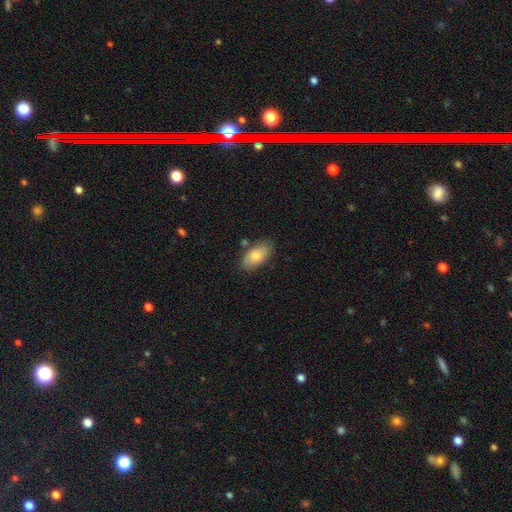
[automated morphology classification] Q: Smooth or featured?
A: smooth (80%); runner-up: featured or disk (14%)
Q: How rounded?
A: in between (93%); runner-up: round (3%)
Q: Merging?
A: none (75%); runner-up: minor disturbance (16%)